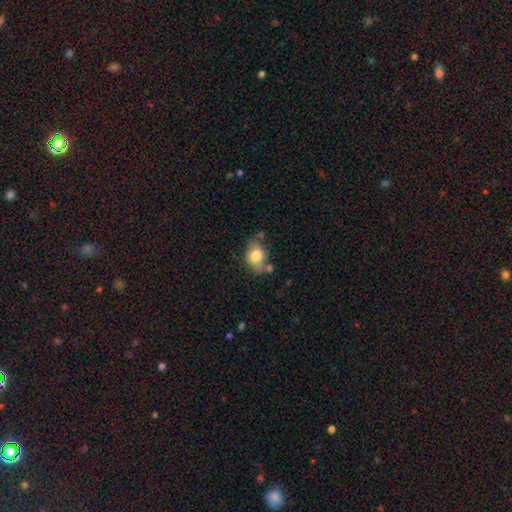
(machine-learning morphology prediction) A smooth galaxy with no disk features (74%) that is in between round and cigar-shaped (76%).

Vote fractions:
- Smooth or featured? smooth: 74% / featured or disk: 19% / star or artifact: 8%
- How rounded? in between: 76% / round: 23% / cigar-shaped: 1%
- Merging? none: 54% / minor disturbance: 26% / merger: 12% / major disturbance: 8%